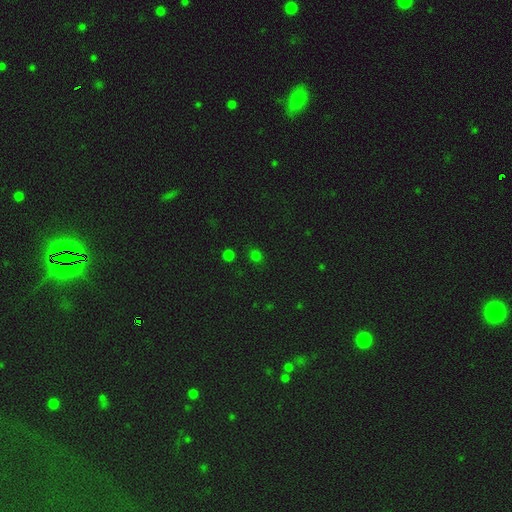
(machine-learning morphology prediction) Smooth or featured: smooth — 69% (star or artifact — 27%)
How rounded: round — 75% (in between — 24%)
Merging: none — 83% (minor disturbance — 10%)